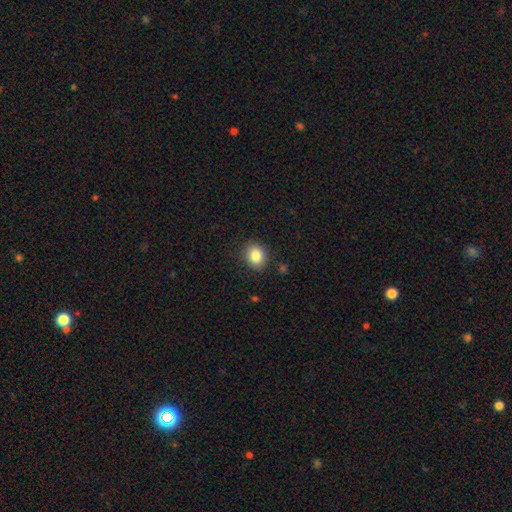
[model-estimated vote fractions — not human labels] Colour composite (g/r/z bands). It shows a smooth galaxy with no disk features (85%) that is round (61%). Merging: none (87%).